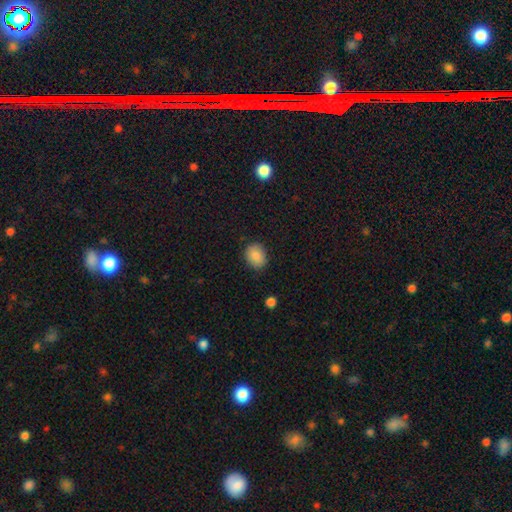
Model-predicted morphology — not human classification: A smooth galaxy with no disk features (85%) that is round (52%). Merging: none (85%).